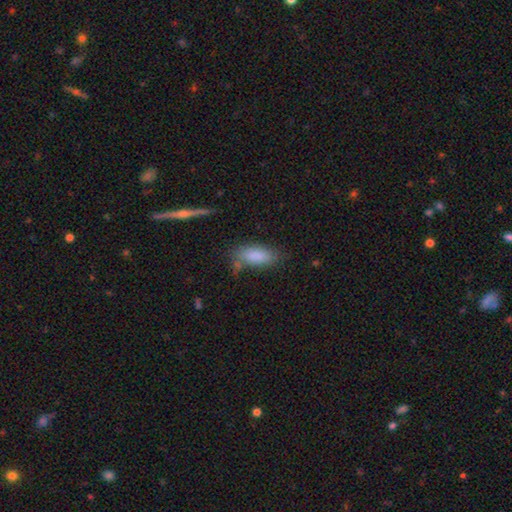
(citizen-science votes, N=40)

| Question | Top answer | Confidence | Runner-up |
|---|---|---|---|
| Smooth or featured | smooth | 72% | featured or disk (22%) |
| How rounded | in between | 69% | cigar-shaped (28%) |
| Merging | none | 71% | minor disturbance (18%) |